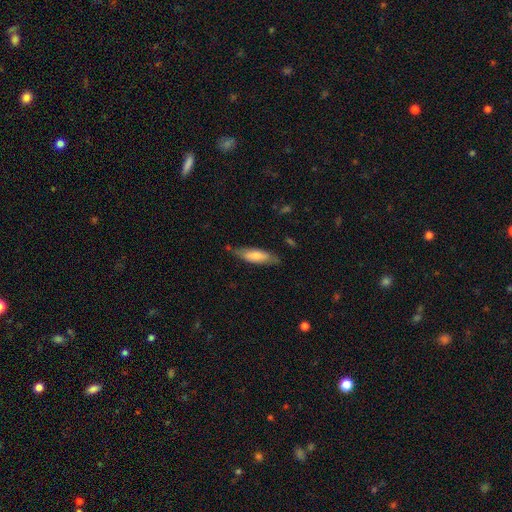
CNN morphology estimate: smooth 69%, featured or disk 25%, star or artifact 6%. Down the decision tree: how rounded — cigar-shaped (55%); merging — none (73%).